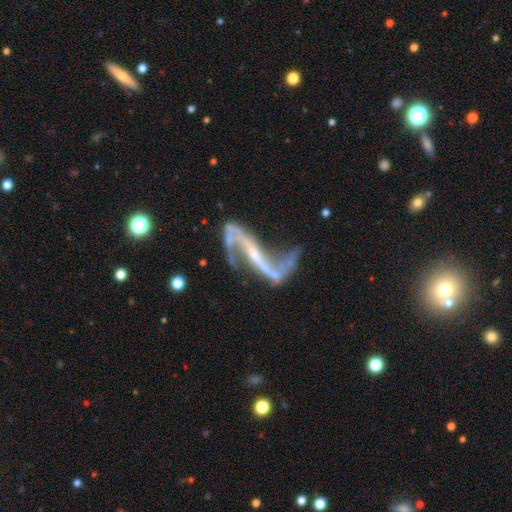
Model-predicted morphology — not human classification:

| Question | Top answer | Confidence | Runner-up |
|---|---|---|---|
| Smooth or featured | featured or disk | 89% | star or artifact (6%) |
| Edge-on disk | no | 82% | yes (18%) |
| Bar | strong | 54% | weak (24%) |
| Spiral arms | yes | 92% | no (8%) |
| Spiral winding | loose | 86% | medium (10%) |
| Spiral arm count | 2 | 90% | 1 (3%) |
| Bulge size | small | 69% | moderate (15%) |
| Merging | none | 44% | major disturbance (25%) |